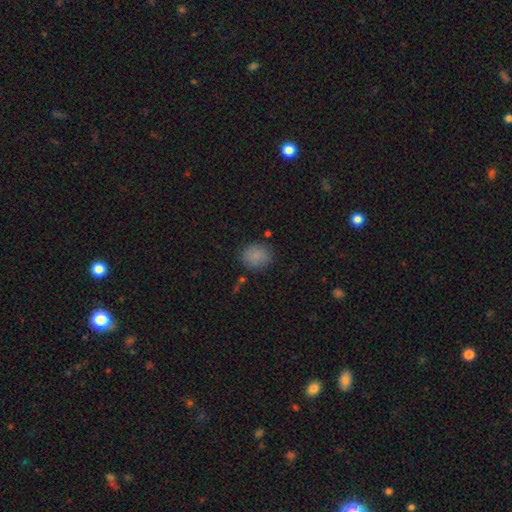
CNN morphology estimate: Overall: smooth (85%). How rounded: round (67%; in between 32%). Merging: none (81%).